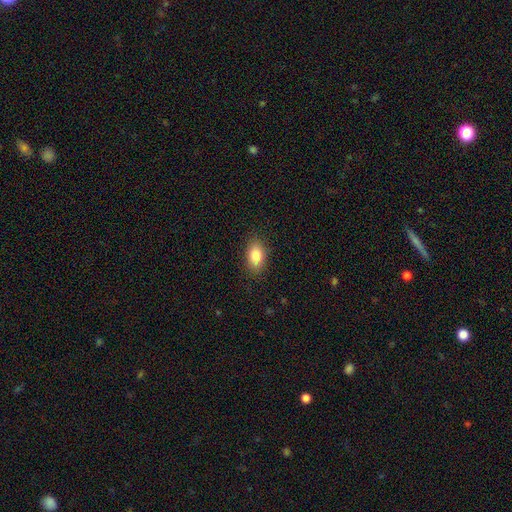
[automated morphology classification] Smooth or featured: smooth — 83% (featured or disk — 9%)
How rounded: in between — 86% (round — 11%)
Merging: none — 85% (minor disturbance — 11%)